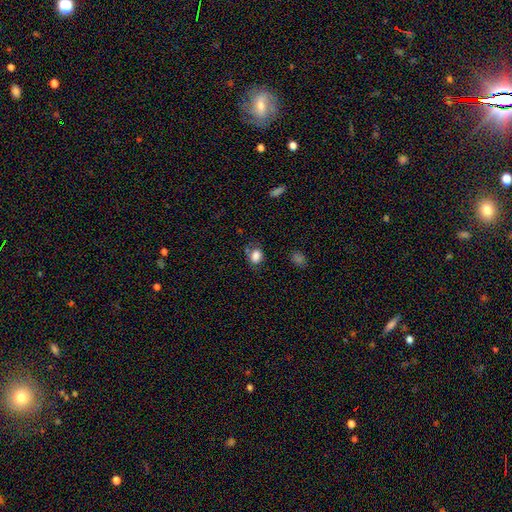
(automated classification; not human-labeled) Morphology: type=smooth (82%); roundness=in between (62%); merging=none (63%).